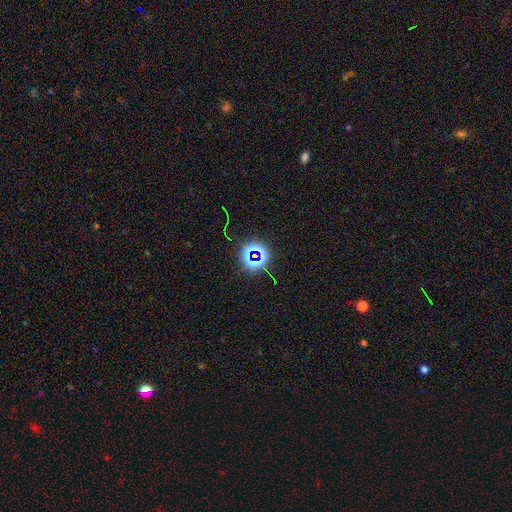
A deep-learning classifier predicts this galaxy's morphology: Smooth or featured?
  - star or artifact: 72% *
  - smooth: 19%
  - featured or disk: 9%